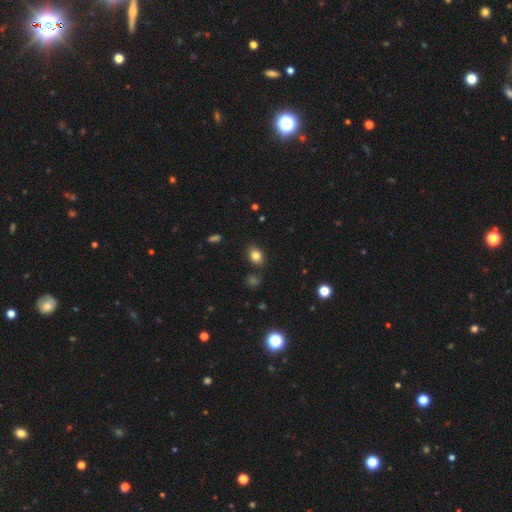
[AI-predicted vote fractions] Q: Smooth or featured?
A: smooth (82%); runner-up: star or artifact (11%)
Q: How rounded?
A: in between (65%); runner-up: round (34%)
Q: Merging?
A: none (83%); runner-up: minor disturbance (11%)